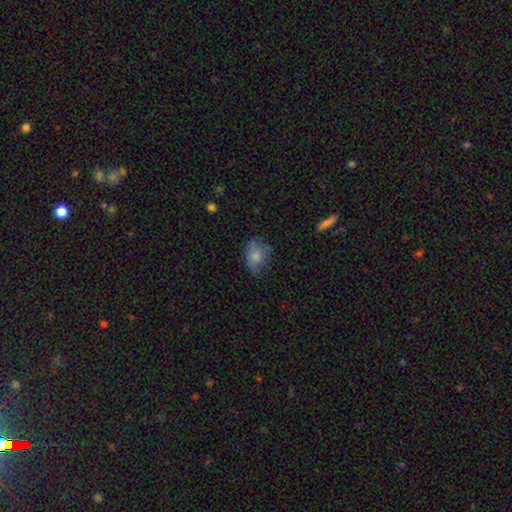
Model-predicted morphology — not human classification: This appears to be a smooth galaxy with no disk features (75%) that is in between round and cigar-shaped (75%). Merging: none (58%).